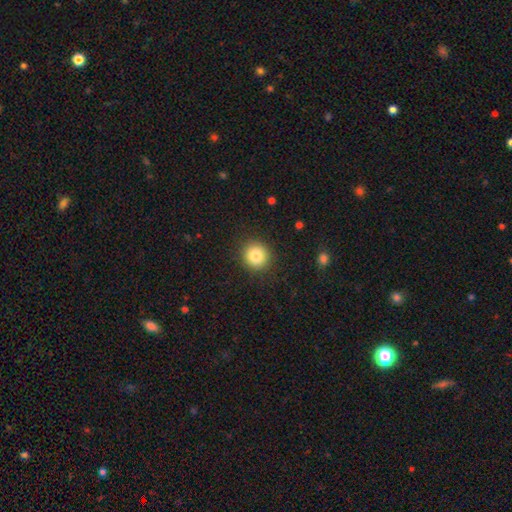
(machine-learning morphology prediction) Smooth or featured? Predicted: smooth (p=0.84). How rounded? Predicted: round (p=0.92). Merging? Predicted: none (p=0.90).